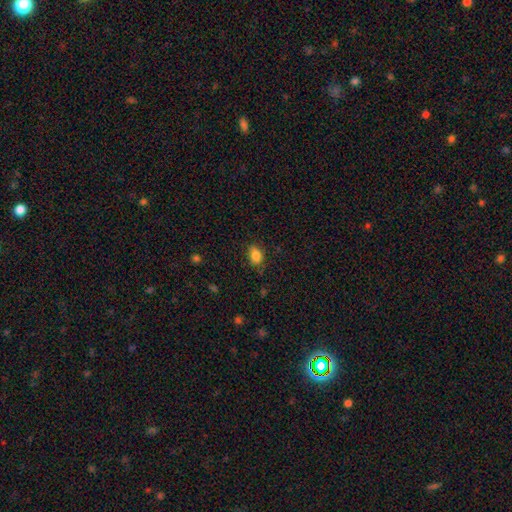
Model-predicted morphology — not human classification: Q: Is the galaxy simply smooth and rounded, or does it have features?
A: smooth — 84%.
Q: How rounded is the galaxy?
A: in between — 78%.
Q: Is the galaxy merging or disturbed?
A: none — 76%.